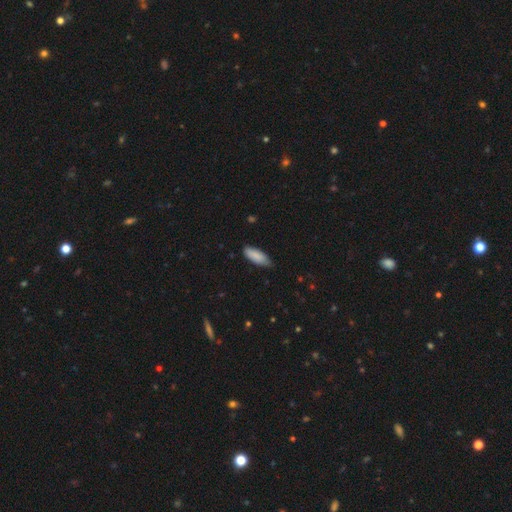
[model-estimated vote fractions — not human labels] A smooth galaxy with no disk features (87%) that is in between round and cigar-shaped (70%). Merging: none (69%).